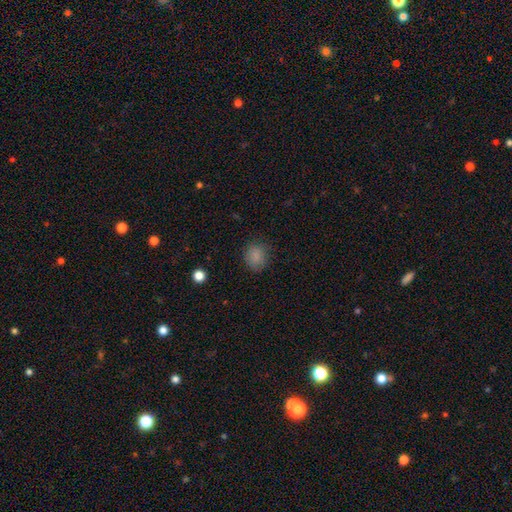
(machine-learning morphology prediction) smooth 84%, star or artifact 11%, featured or disk 4%. Down the decision tree: how rounded — round (76%); merging — none (83%).